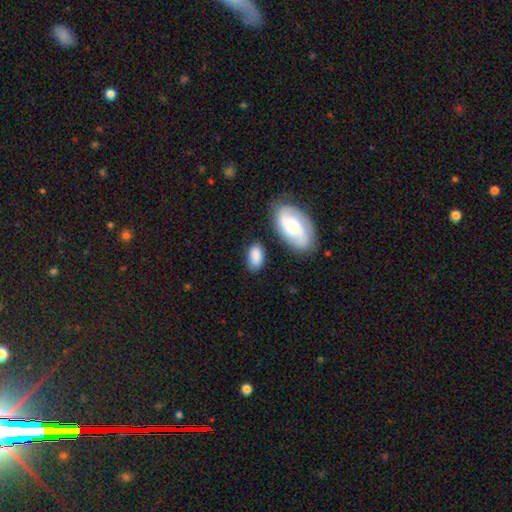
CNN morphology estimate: This is clearly a smooth galaxy (82%). How rounded: clearly in between (92%). Merging: likely none (72%).